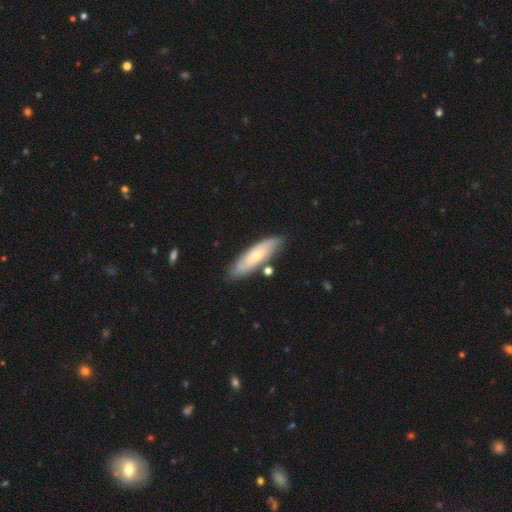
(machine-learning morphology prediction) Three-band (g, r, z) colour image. It shows a featured or disk galaxy (52%). Merging: none (77%).